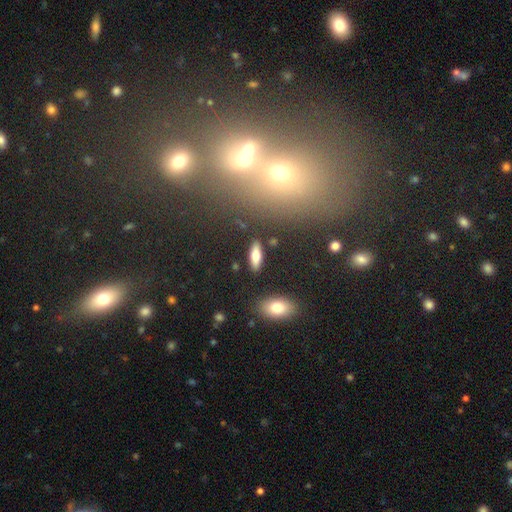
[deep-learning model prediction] Smooth or featured? smooth (72%)
How rounded? in between (59%)
Merging? none (86%)